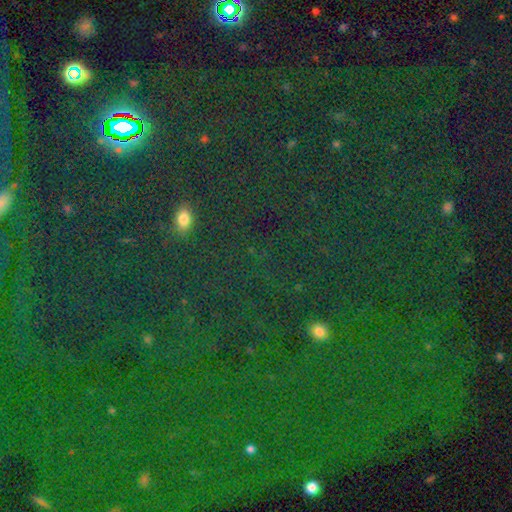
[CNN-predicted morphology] A star or artifact, not a galaxy (80%).